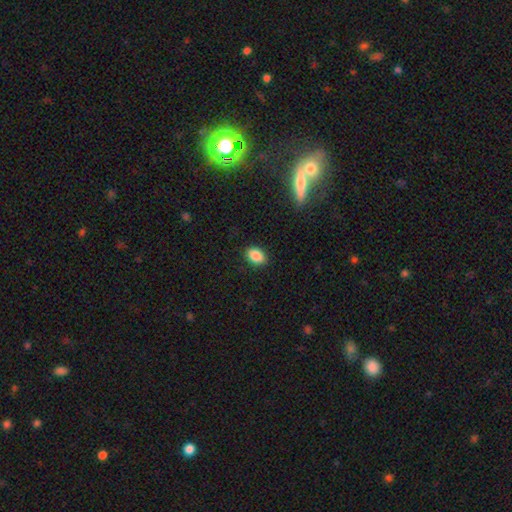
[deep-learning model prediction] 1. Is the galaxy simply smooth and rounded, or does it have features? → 87% smooth, 8% star or artifact, 4% featured or disk.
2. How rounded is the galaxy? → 83% in between, 15% round, 2% cigar-shaped.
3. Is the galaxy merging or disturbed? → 88% none, 9% minor disturbance, 2% major disturbance, 1% merger.